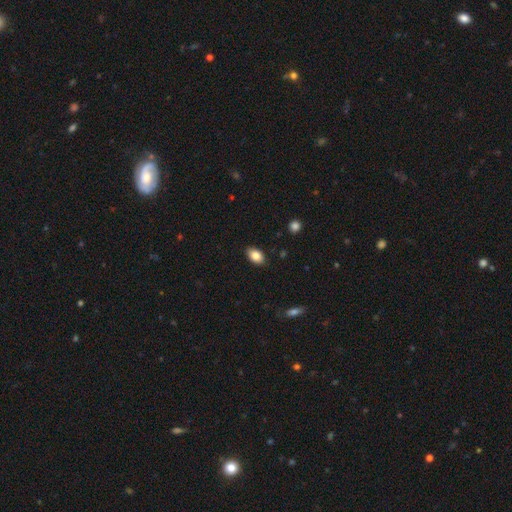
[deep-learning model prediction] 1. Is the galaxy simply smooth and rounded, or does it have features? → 85% smooth, 8% star or artifact, 7% featured or disk.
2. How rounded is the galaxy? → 89% in between, 10% round, 1% cigar-shaped.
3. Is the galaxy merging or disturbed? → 88% none, 9% minor disturbance, 2% major disturbance, 1% merger.